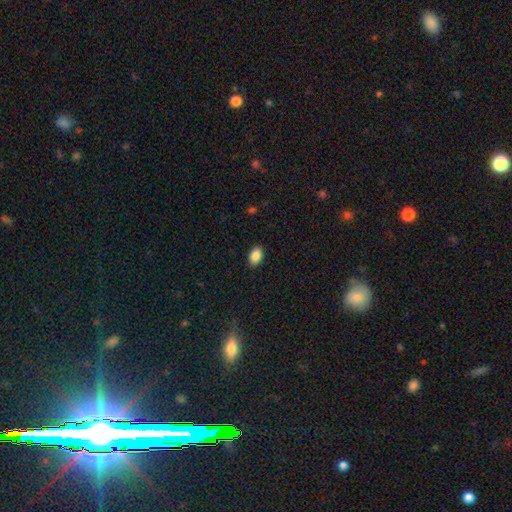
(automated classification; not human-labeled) smooth 87%, star or artifact 8%, featured or disk 4%. Down the decision tree: how rounded — in between (84%); merging — none (89%).